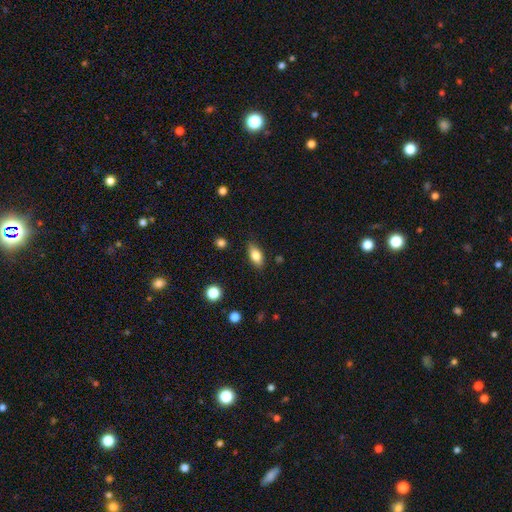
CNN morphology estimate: The model was most divided on "smooth or featured": smooth: 80%, featured or disk: 12%, star or artifact: 8%. More confident: how rounded — in between (87%); merging — none (84%).